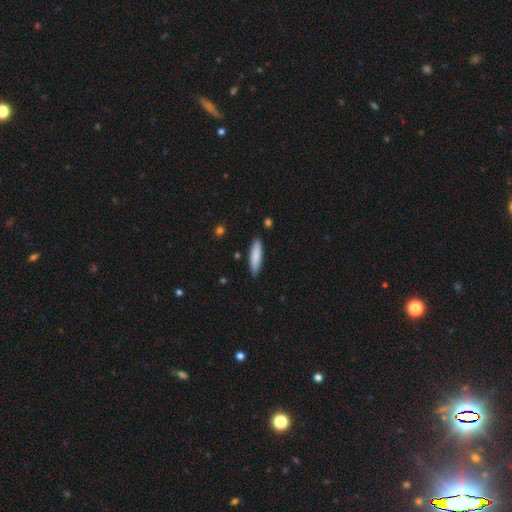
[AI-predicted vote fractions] smooth 85%, featured or disk 10%, star or artifact 6%. Down the decision tree: how rounded — cigar-shaped (69%); merging — none (86%).